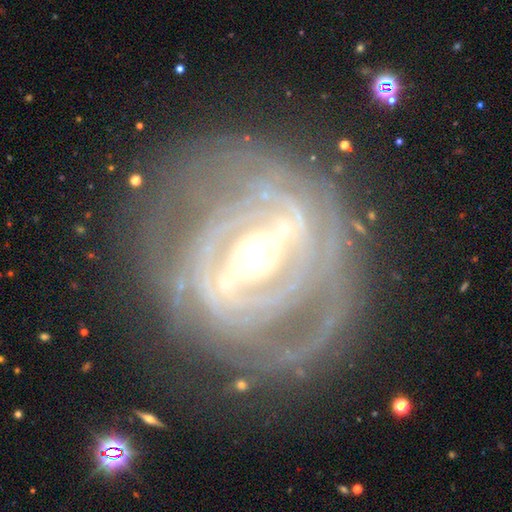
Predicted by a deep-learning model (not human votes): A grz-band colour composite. It shows a featured or disk galaxy (89%) with a strong bar (73%), tight (72%) spiral arms (87%) and a moderate central bulge (63%). Merging: none (75%).